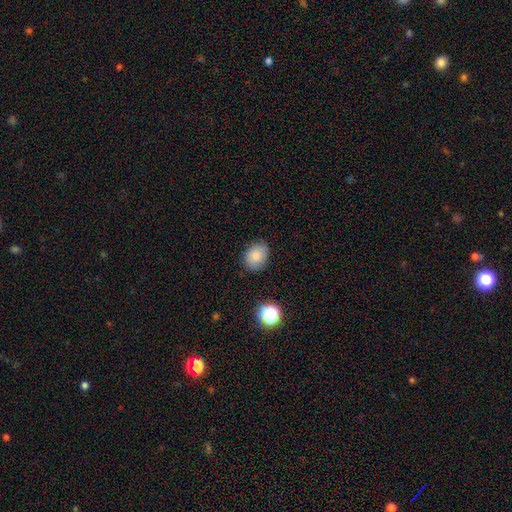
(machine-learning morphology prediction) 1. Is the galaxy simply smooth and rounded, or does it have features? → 83% smooth, 10% star or artifact, 7% featured or disk.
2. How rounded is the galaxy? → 59% in between, 40% round, 1% cigar-shaped.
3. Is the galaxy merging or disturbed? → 81% none, 15% minor disturbance, 3% major disturbance, 2% merger.